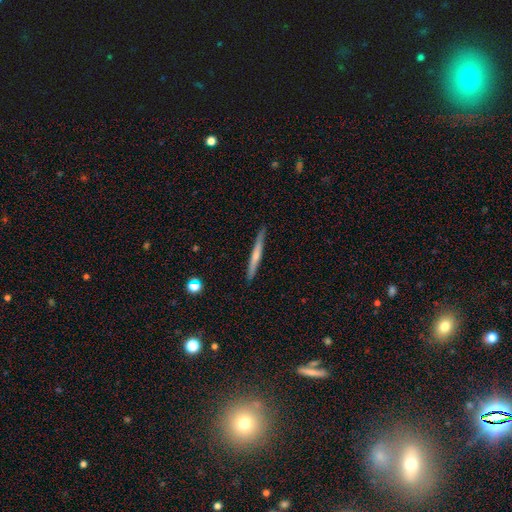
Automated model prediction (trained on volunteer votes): smooth_or_featured: smooth (p=0.49) [alt: featured or disk p=0.45]
merging: none (p=0.89) [alt: minor disturbance p=0.09]